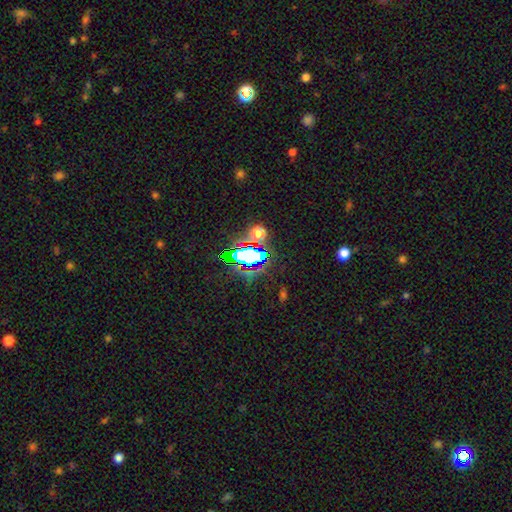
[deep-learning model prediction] Smooth or featured: star or artifact — 62% (smooth — 25%)